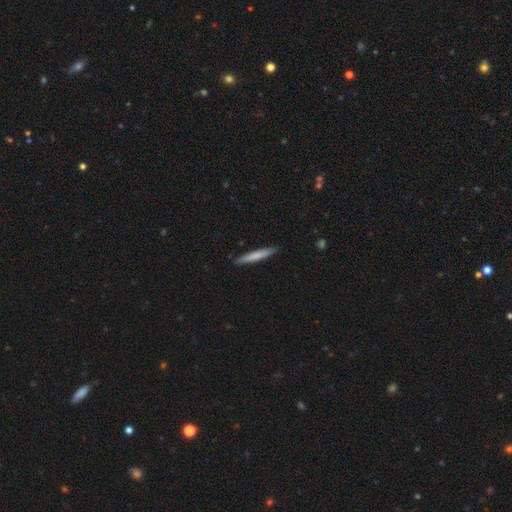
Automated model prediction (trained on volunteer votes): smooth 74%, featured or disk 21%, star or artifact 5%. Down the decision tree: how rounded — cigar-shaped (95%); merging — none (90%).